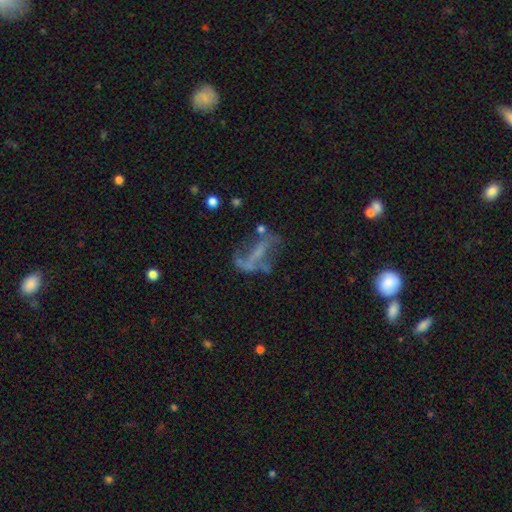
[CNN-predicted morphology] Smooth or featured: featured or disk — 59% (smooth — 23%)
Edge-on disk: no — 89% (yes — 11%)
Bar: no — 48% (strong — 29%)
Spiral arms: no — 64% (yes — 36%)
Bulge size: none — 67% (small — 20%)
Merging: major disturbance — 36% (none — 35%)